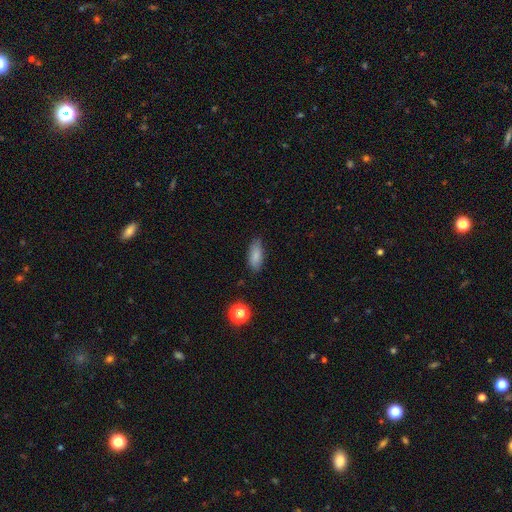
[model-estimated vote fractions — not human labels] Overall: smooth (85%). How rounded: in between (79%). Merging: none (81%).